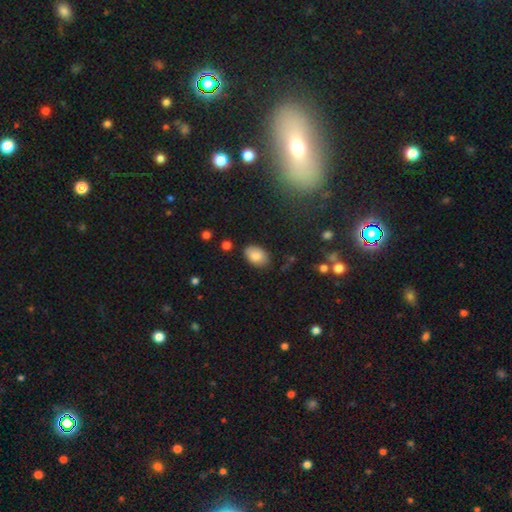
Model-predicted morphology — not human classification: Smooth or featured? smooth (84%)
How rounded? in between (90%)
Merging? none (79%)